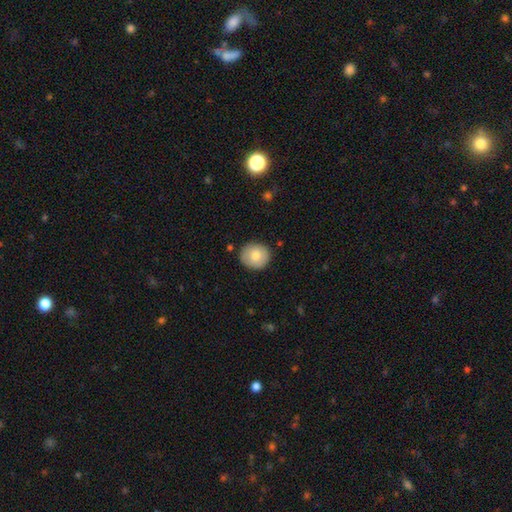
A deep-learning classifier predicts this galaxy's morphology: A smooth galaxy with no disk features (78%) that is round (85%).

Vote fractions:
- Smooth or featured? smooth: 78% / featured or disk: 15% / star or artifact: 7%
- How rounded? round: 85% / in between: 14% / cigar-shaped: 1%
- Merging? none: 86% / minor disturbance: 10% / major disturbance: 2% / merger: 2%